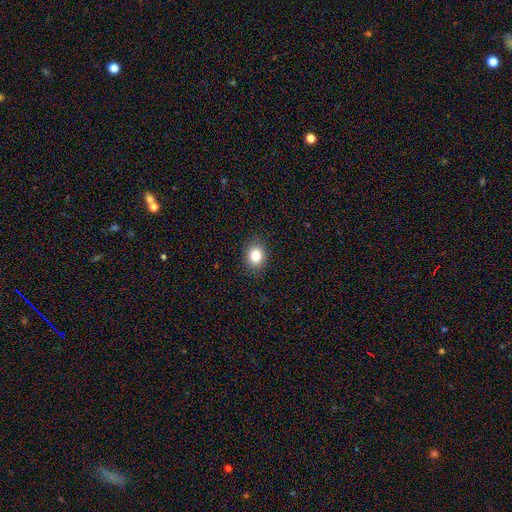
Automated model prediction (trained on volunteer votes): Q: Smooth or featured?
A: smooth (84%); runner-up: star or artifact (10%)
Q: How rounded?
A: round (56%); runner-up: in between (43%)
Q: Merging?
A: none (88%); runner-up: minor disturbance (9%)